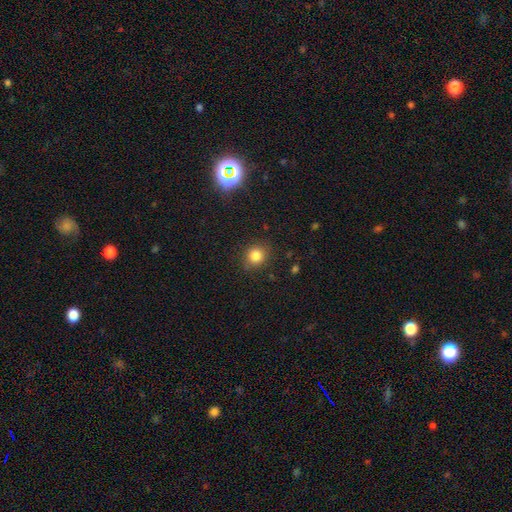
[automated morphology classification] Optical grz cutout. It shows a smooth galaxy with no disk features (82%) that is round (85%). Merging: none (84%).